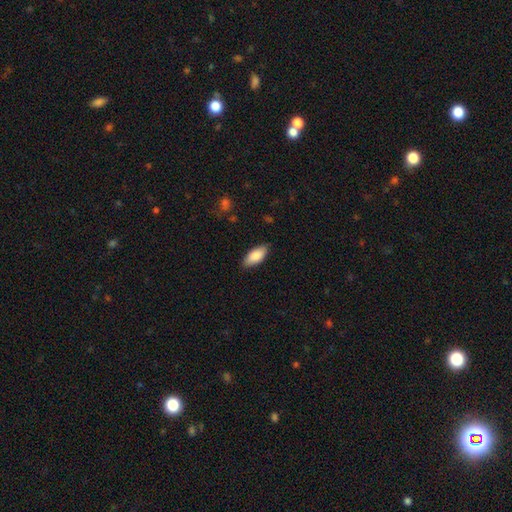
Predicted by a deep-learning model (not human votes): A smooth galaxy with no disk features (86%) that is in between round and cigar-shaped (87%). Merging: none (84%).